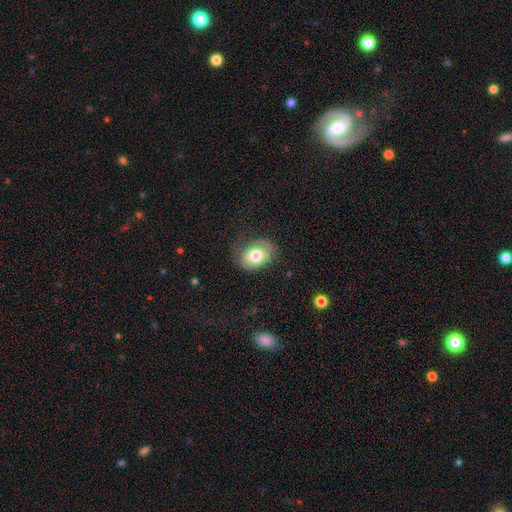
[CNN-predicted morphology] Smooth or featured?
  - smooth: 63% *
  - featured or disk: 29%
  - star or artifact: 7%
How rounded?
  - in between: 79% *
  - round: 20%
  - cigar-shaped: 1%
Merging?
  - none: 59% *
  - minor disturbance: 25%
  - major disturbance: 15%
  - merger: 1%